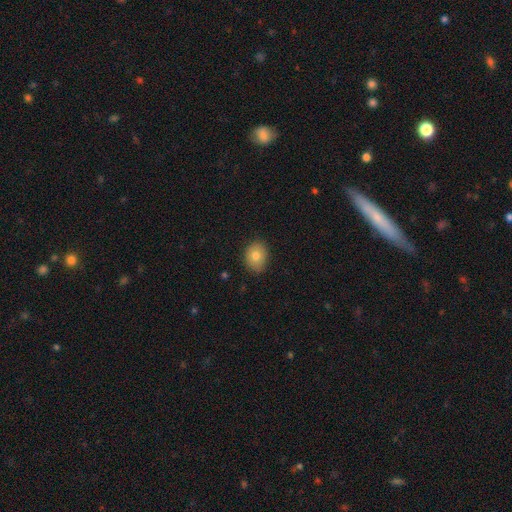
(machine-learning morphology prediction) Q: Smooth or featured?
A: smooth (79%); runner-up: featured or disk (12%)
Q: How rounded?
A: in between (52%); runner-up: round (47%)
Q: Merging?
A: none (82%); runner-up: minor disturbance (14%)